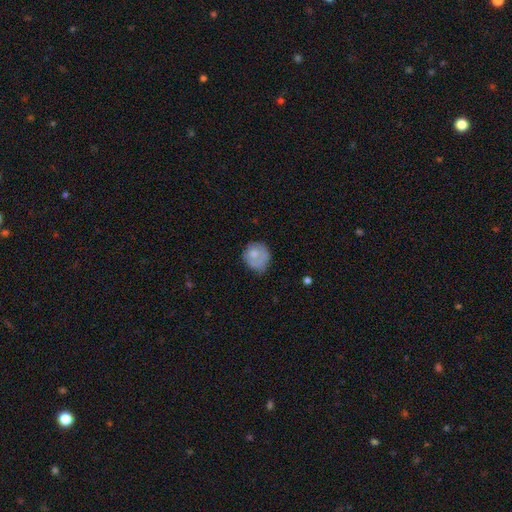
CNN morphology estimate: The model was most divided on "merging": none: 50%, minor disturbance: 33%, major disturbance: 14%, merger: 2%. More confident: how rounded — round (75%); smooth or featured — smooth (68%).